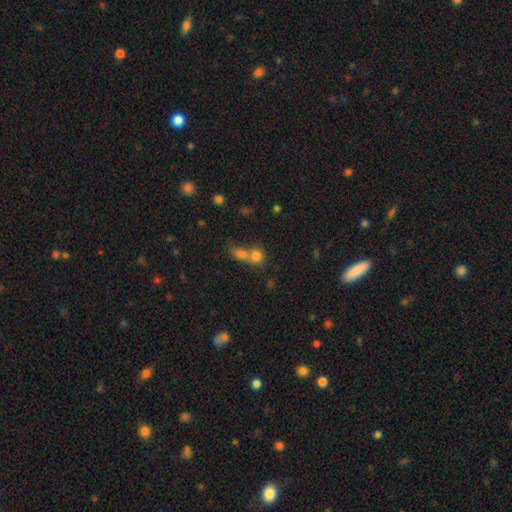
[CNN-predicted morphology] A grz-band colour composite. It shows a smooth galaxy with no disk features (76%) that is round (68%). Merging: merger (66%).